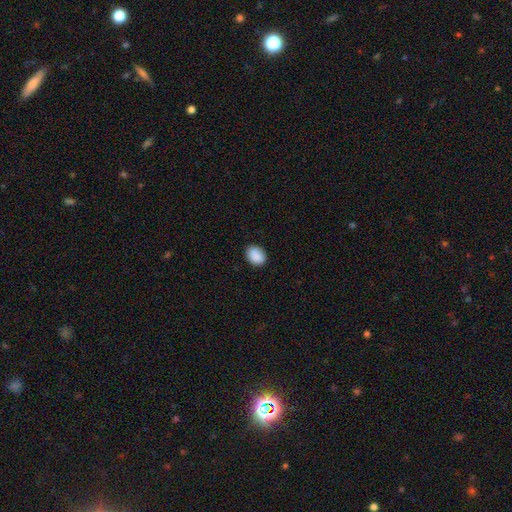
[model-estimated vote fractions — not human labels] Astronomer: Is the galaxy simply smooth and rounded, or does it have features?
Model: smooth — 90%.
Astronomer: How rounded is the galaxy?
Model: in between — 67%.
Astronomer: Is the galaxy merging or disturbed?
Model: none — 88%.